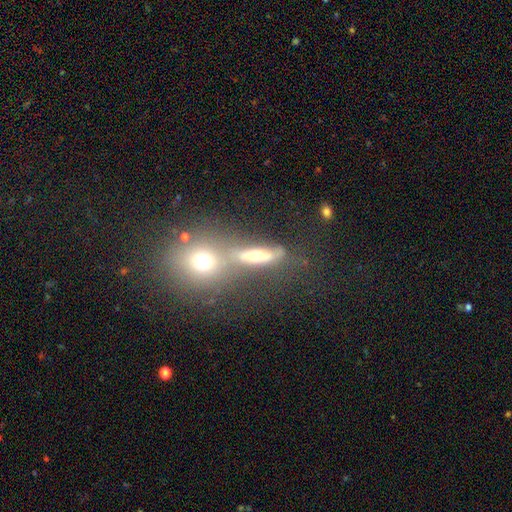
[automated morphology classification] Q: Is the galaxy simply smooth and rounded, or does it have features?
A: smooth — 47%.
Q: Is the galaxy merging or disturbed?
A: merger — 49%.